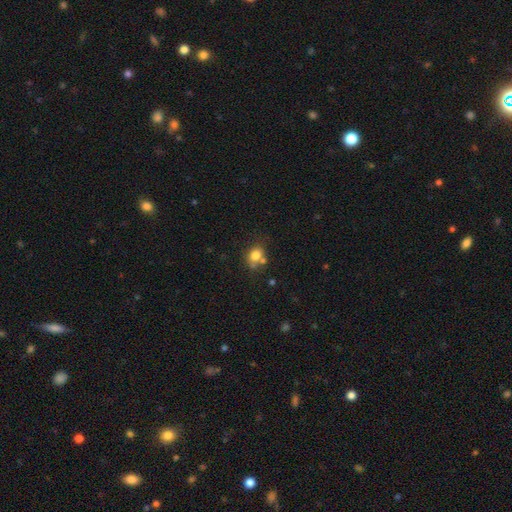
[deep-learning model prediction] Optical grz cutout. It shows a smooth galaxy with no disk features (77%) that is round (51%). Merging: none (53%).